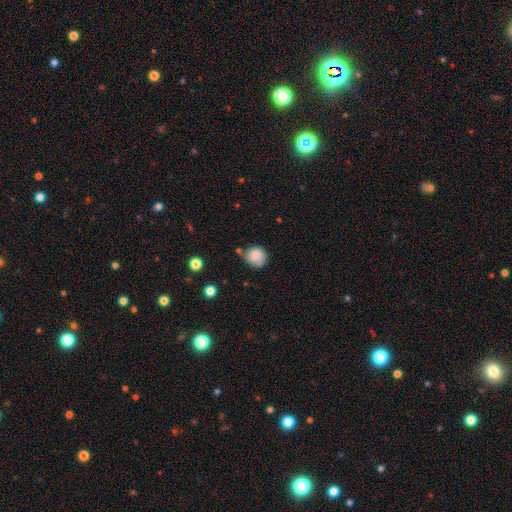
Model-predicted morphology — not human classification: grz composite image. It shows a smooth galaxy with no disk features (81%) that is round (83%). Merging: none (57%).